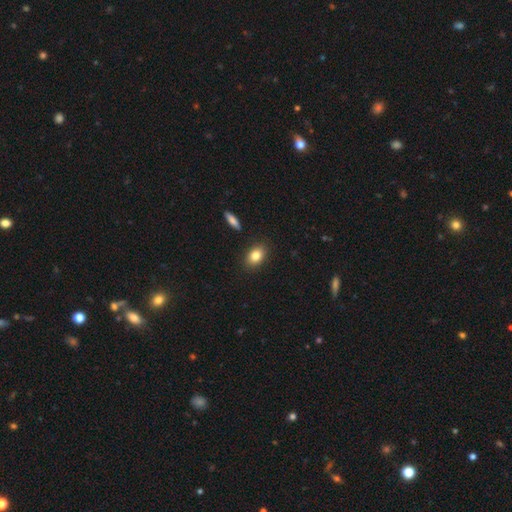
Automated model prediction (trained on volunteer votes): This appears to be a smooth galaxy with no disk features (83%) that is in between round and cigar-shaped (79%). Merging: none (88%).